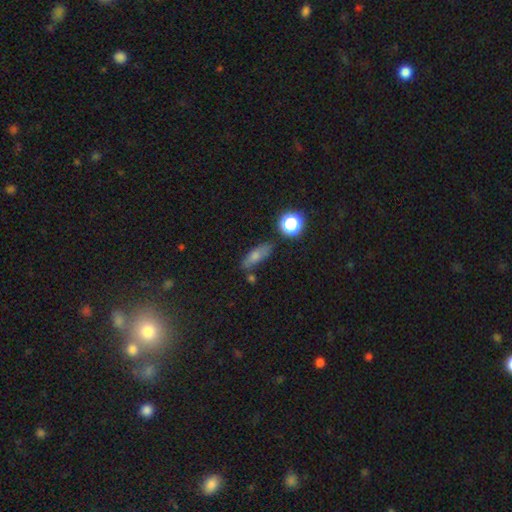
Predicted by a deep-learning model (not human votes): Morphology: type=smooth (69%); roundness=in between (58%); merging=none (66%).